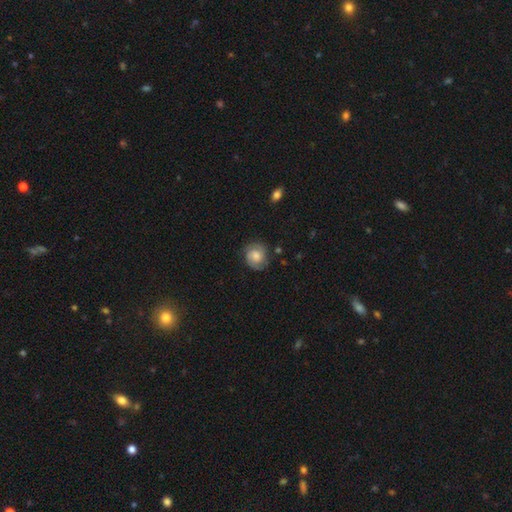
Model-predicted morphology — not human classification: Overall: smooth (50%; featured or disk 42%). How rounded: round (77%). Merging: none (73%).